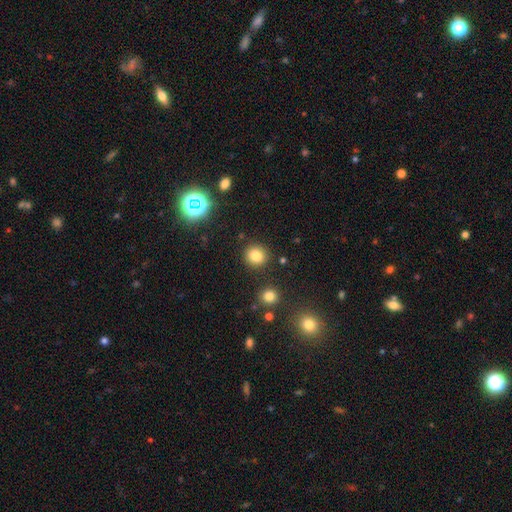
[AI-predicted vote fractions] Morphology: type=smooth (82%); roundness=round (87%); merging=none (87%).